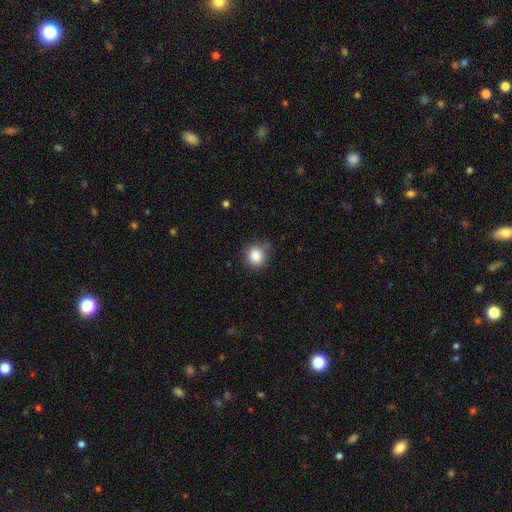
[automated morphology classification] This is clearly a smooth galaxy (86%). How rounded: clearly round (85%). Merging: likely none (78%).